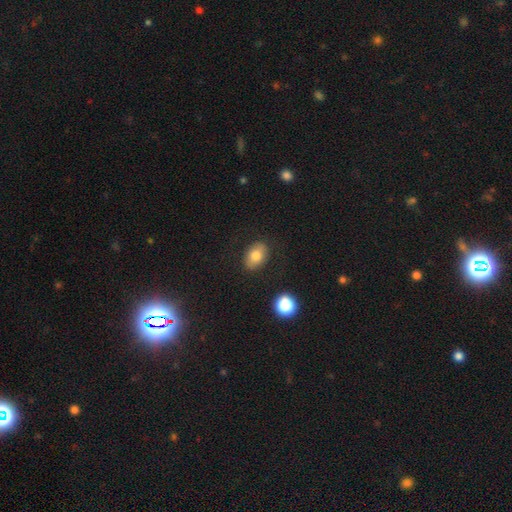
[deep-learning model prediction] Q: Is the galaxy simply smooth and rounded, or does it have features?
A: smooth — 78%.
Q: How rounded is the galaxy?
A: in between — 81%.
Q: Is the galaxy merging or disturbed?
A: none — 83%.